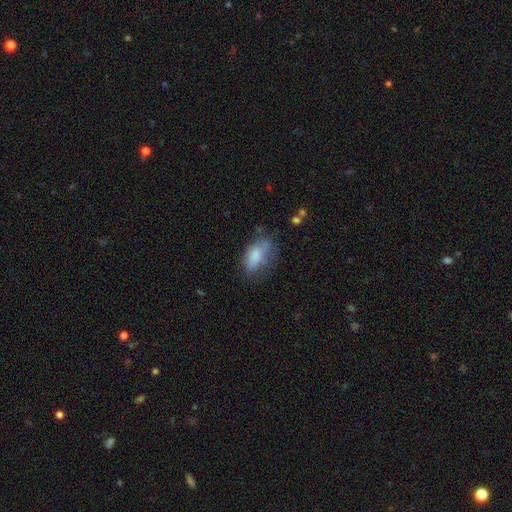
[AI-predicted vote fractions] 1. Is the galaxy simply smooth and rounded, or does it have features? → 74% smooth, 17% featured or disk, 8% star or artifact.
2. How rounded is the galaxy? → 89% in between, 6% cigar-shaped, 5% round.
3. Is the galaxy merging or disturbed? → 46% none, 32% minor disturbance, 19% major disturbance, 3% merger.